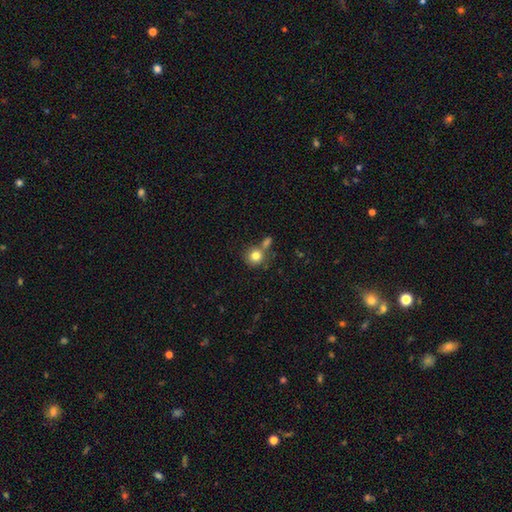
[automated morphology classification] A smooth galaxy with no disk features (80%) that is round (88%). Merging: none (59%).